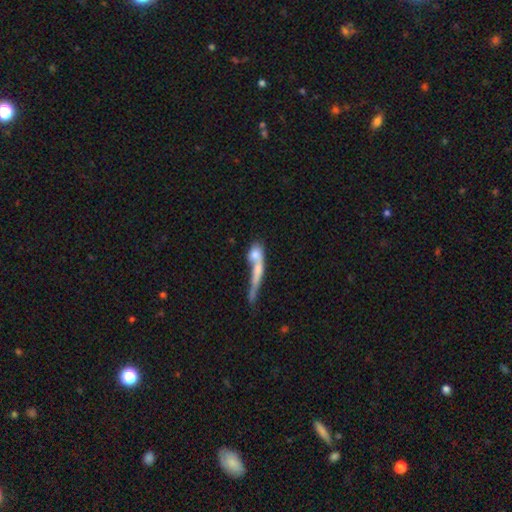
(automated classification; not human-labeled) A smooth galaxy with no disk features (58%) that is cigar-shaped (51%).

Vote fractions:
- Smooth or featured? smooth: 58% / featured or disk: 32% / star or artifact: 9%
- How rounded? cigar-shaped: 51% / in between: 30% / round: 19%
- Merging? merger: 49% / none: 25% / major disturbance: 14% / minor disturbance: 11%